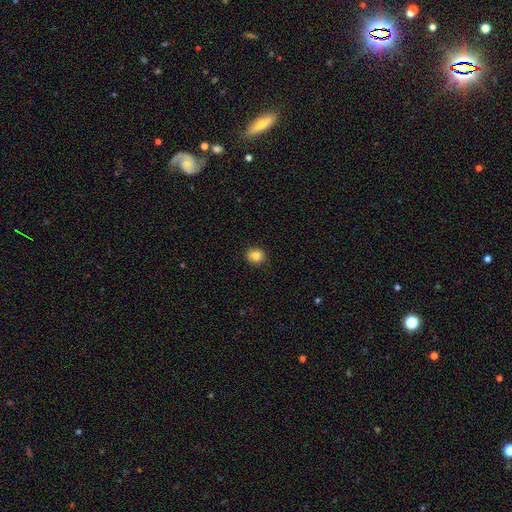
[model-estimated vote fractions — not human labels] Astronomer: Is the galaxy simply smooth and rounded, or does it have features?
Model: smooth — 83%.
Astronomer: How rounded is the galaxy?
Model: round — 73%.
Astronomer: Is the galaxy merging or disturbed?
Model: none — 91%.